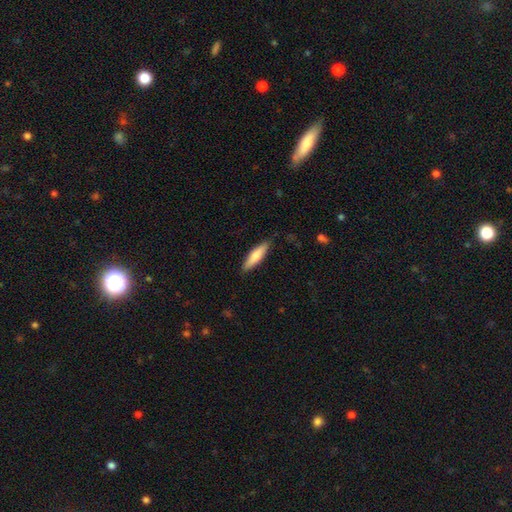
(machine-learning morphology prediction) Q: Smooth or featured?
A: smooth (71%); runner-up: featured or disk (23%)
Q: How rounded?
A: cigar-shaped (70%); runner-up: in between (28%)
Q: Merging?
A: none (85%); runner-up: minor disturbance (11%)